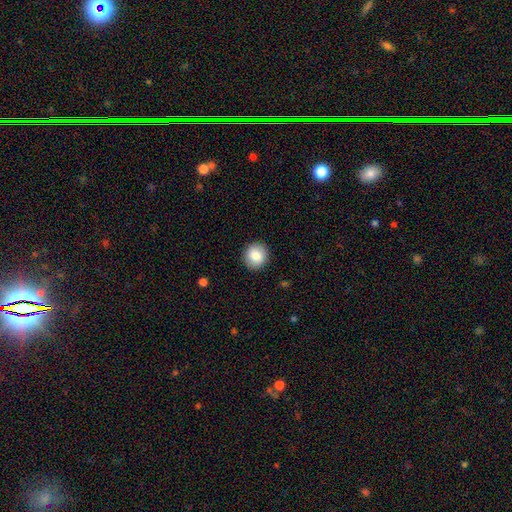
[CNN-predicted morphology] Q: Smooth or featured?
A: smooth (83%); runner-up: featured or disk (9%)
Q: How rounded?
A: round (87%); runner-up: in between (12%)
Q: Merging?
A: none (91%); runner-up: minor disturbance (6%)